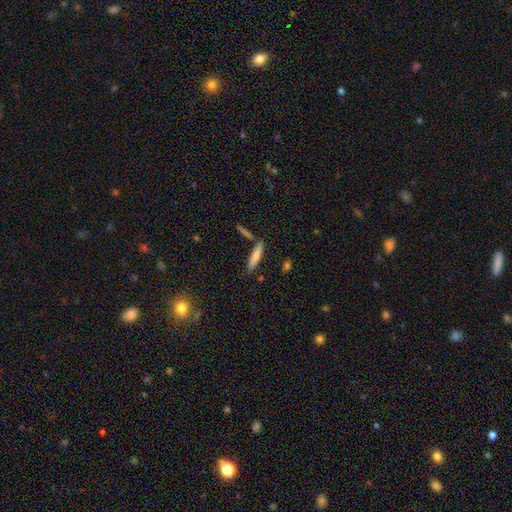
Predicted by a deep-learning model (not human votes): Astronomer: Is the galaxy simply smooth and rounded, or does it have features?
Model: smooth — 69%.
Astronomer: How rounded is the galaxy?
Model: cigar-shaped — 87%.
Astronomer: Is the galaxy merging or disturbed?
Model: none — 78%.